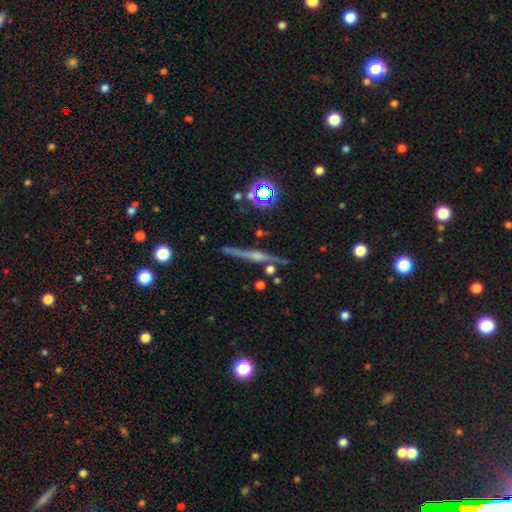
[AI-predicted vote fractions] Smooth or featured?
  - featured or disk: 72% *
  - smooth: 17%
  - star or artifact: 11%
Edge-on disk?
  - yes: 97% *
  - no: 3%
Edge-on bulge?
  - rounded: 66% *
  - none: 22%
  - boxy: 12%
Merging?
  - none: 83% *
  - minor disturbance: 10%
  - merger: 4%
  - major disturbance: 3%